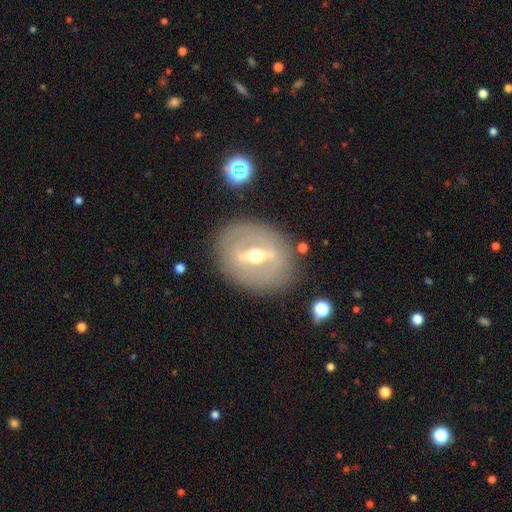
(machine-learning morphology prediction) Q: Smooth or featured?
A: featured or disk (78%); runner-up: smooth (16%)
Q: Edge-on disk?
A: no (85%); runner-up: yes (15%)
Q: Bar?
A: strong (67%); runner-up: weak (25%)
Q: Spiral arms?
A: no (67%); runner-up: yes (33%)
Q: Bulge size?
A: moderate (71%); runner-up: small (21%)
Q: Merging?
A: none (82%); runner-up: minor disturbance (11%)